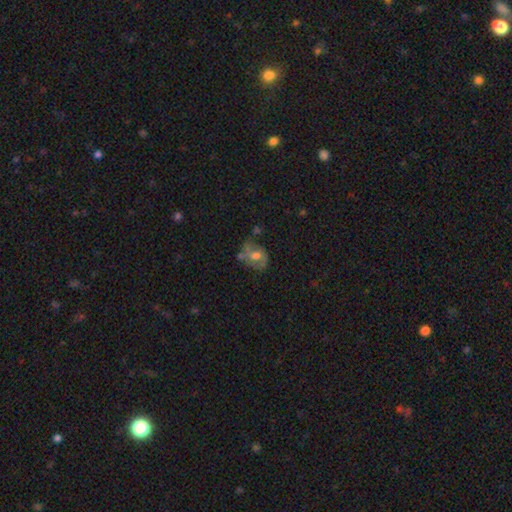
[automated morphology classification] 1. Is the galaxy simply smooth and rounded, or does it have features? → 54% featured or disk, 36% smooth, 10% star or artifact.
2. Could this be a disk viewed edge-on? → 96% no, 4% yes.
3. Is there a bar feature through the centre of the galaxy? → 59% no, 33% weak, 8% strong.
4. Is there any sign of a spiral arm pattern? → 65% yes, 35% no.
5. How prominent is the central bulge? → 65% moderate, 16% large, 14% small, 3% none, 1% dominant.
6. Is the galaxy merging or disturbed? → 49% none, 27% minor disturbance, 14% major disturbance, 10% merger.